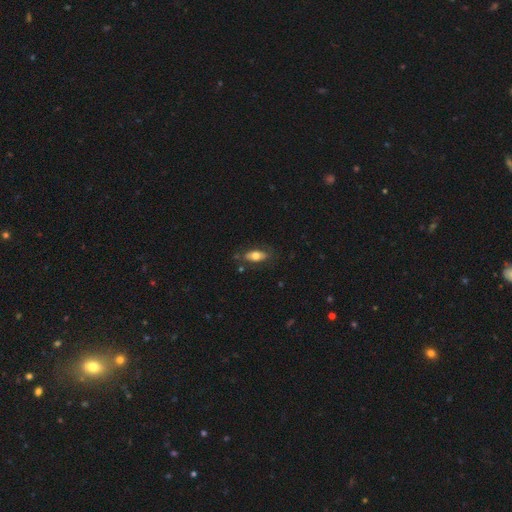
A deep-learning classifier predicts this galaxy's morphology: This is likely a smooth galaxy (67%). How rounded: clearly in between (85%). Merging: likely none (73%).